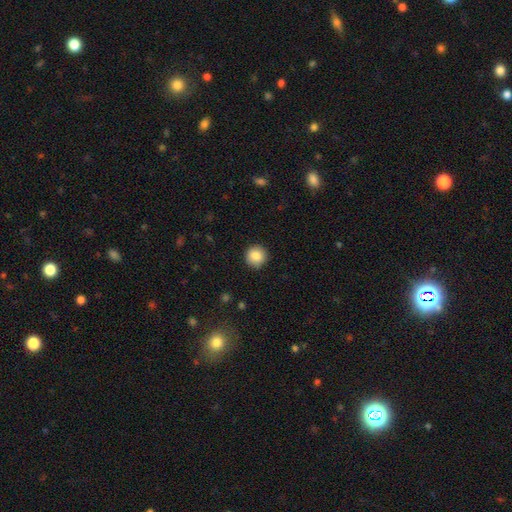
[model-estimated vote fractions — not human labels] A smooth galaxy with no disk features (86%) that is round (93%). Merging: none (91%).